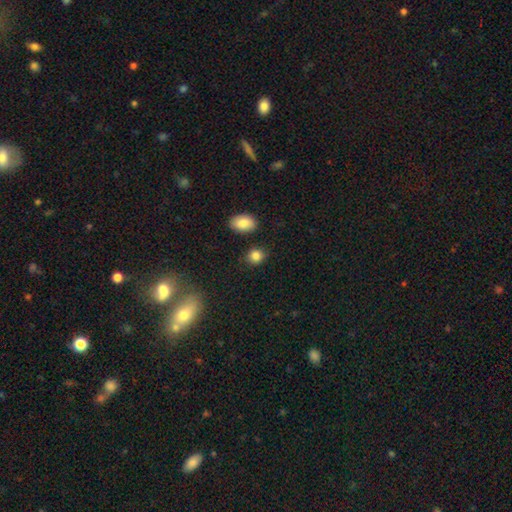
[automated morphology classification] type=smooth (86%); roundness=round (61%); merging=none (83%).